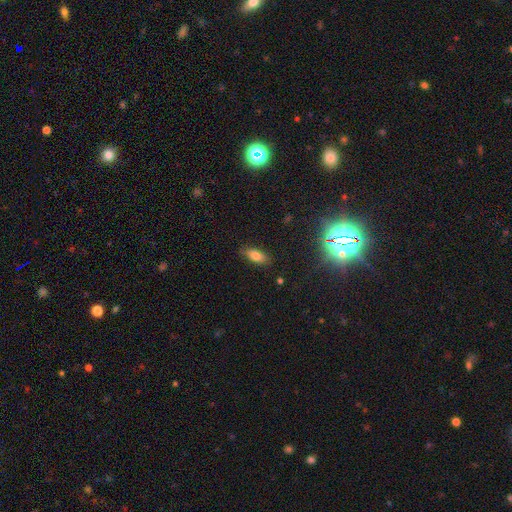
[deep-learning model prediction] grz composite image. It shows a smooth galaxy with no disk features (78%) that is in between round and cigar-shaped (80%). Merging: none (84%).